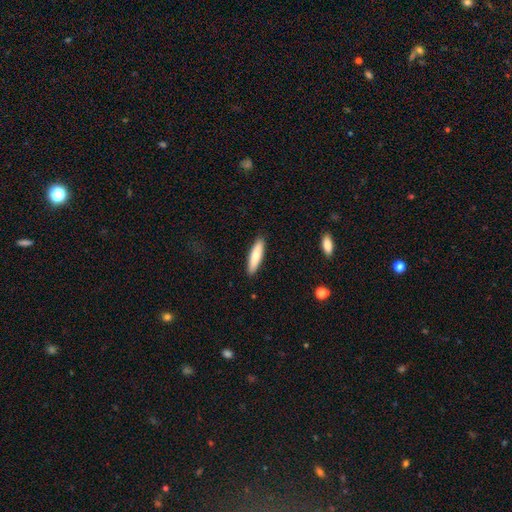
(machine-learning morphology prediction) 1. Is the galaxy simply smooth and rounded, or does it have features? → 82% smooth, 13% featured or disk, 5% star or artifact.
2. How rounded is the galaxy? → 75% cigar-shaped, 24% in between, 1% round.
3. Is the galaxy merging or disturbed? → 90% none, 7% minor disturbance, 2% major disturbance, 1% merger.